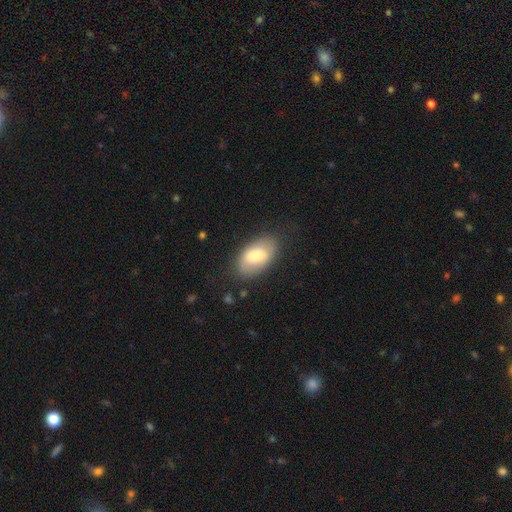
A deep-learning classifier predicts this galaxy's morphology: The model was most divided on "smooth or featured": smooth: 76%, featured or disk: 18%, star or artifact: 6%. More confident: how rounded — in between (94%); merging — none (77%).